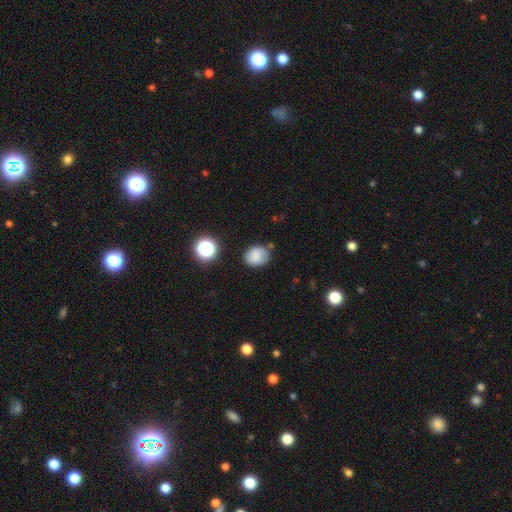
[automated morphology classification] Q: Smooth or featured?
A: smooth (81%); runner-up: star or artifact (11%)
Q: How rounded?
A: round (53%); runner-up: in between (46%)
Q: Merging?
A: none (74%); runner-up: minor disturbance (18%)